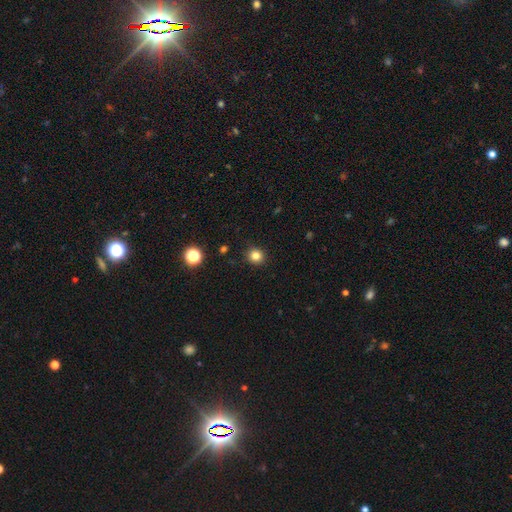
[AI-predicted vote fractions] smooth_or_featured: smooth (p=0.82) [alt: star or artifact p=0.13]
how_rounded: round (p=0.90) [alt: in between p=0.09]
merging: none (p=0.91) [alt: minor disturbance p=0.06]